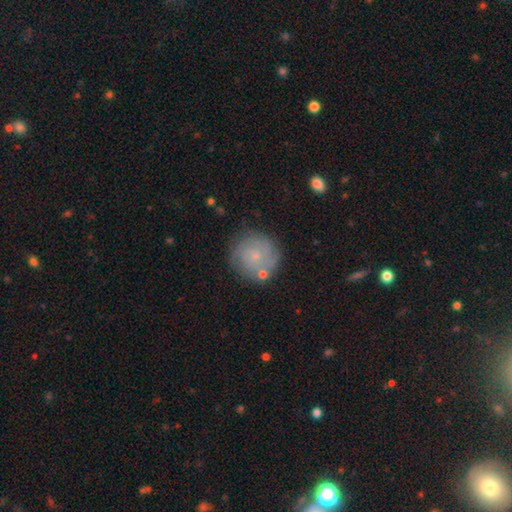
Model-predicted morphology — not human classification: A featured or disk galaxy (52%) with no bar (83%), spiral arms (81%) and a small central bulge (81%).

Vote fractions:
- Smooth or featured? featured or disk: 52% / smooth: 39% / star or artifact: 9%
- Edge-on disk? no: 98% / yes: 2%
- Bar? no: 83% / weak: 15% / strong: 2%
- Spiral arms? yes: 81% / no: 19%
- Bulge size? small: 81% / moderate: 13% / none: 5% / large: 1% / dominant: 1%
- Merging? none: 77% / minor disturbance: 14% / merger: 5% / major disturbance: 4%